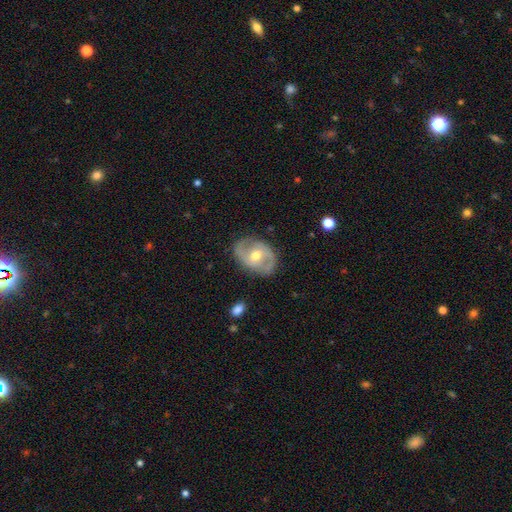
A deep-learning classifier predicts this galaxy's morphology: Smooth or featured?
  - featured or disk: 78% *
  - smooth: 17%
  - star or artifact: 5%
Edge-on disk?
  - no: 96% *
  - yes: 4%
Bar?
  - no: 46% *
  - weak: 40%
  - strong: 15%
Spiral arms?
  - yes: 84% *
  - no: 16%
Spiral winding?
  - medium: 48% *
  - tight: 28%
  - loose: 23%
Spiral arm count?
  - 2: 86% *
  - can't tell: 8%
  - 1: 2%
  - 3: 2%
  - 4: 1%
  - more than 4: 1%
Bulge size?
  - moderate: 71% *
  - small: 23%
  - large: 4%
  - none: 1%
  - dominant: 1%
Merging?
  - none: 80% *
  - minor disturbance: 14%
  - major disturbance: 4%
  - merger: 1%